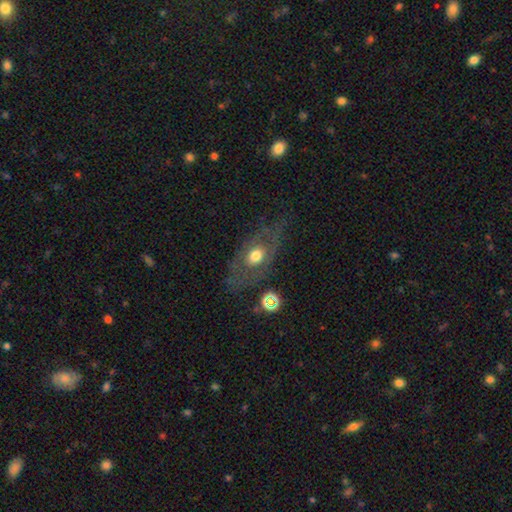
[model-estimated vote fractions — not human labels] This appears to be a featured or disk galaxy (52%). Merging: none (68%).